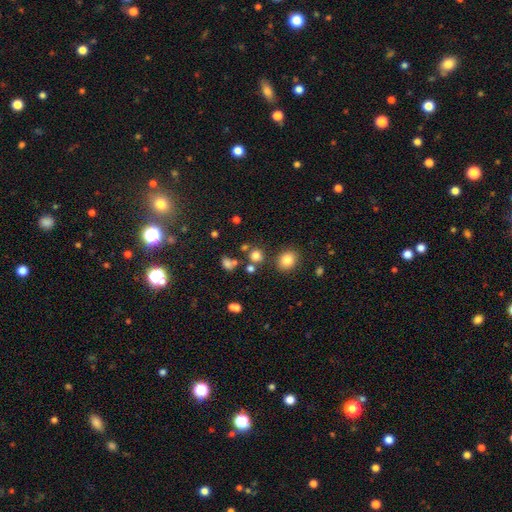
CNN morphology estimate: Smooth or featured: smooth — 77% (star or artifact — 17%)
How rounded: round — 81% (in between — 18%)
Merging: none — 71% (merger — 14%)